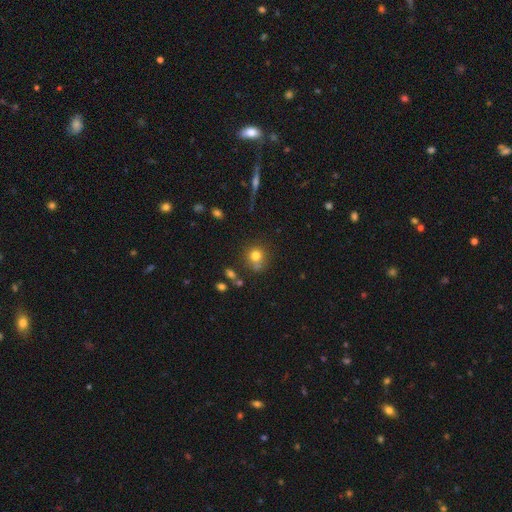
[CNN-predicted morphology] The model was most divided on "merging": none: 65%, minor disturbance: 16%, merger: 13%, major disturbance: 6%. More confident: how rounded — round (85%); smooth or featured — smooth (76%).